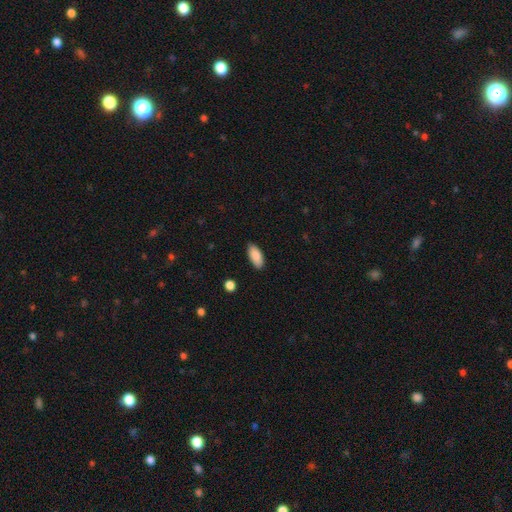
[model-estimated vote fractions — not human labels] A smooth galaxy with no disk features (88%) that is in between round and cigar-shaped (88%).

Vote fractions:
- Smooth or featured? smooth: 88% / star or artifact: 6% / featured or disk: 5%
- How rounded? in between: 88% / cigar-shaped: 10% / round: 2%
- Merging? none: 86% / minor disturbance: 10% / major disturbance: 2% / merger: 1%